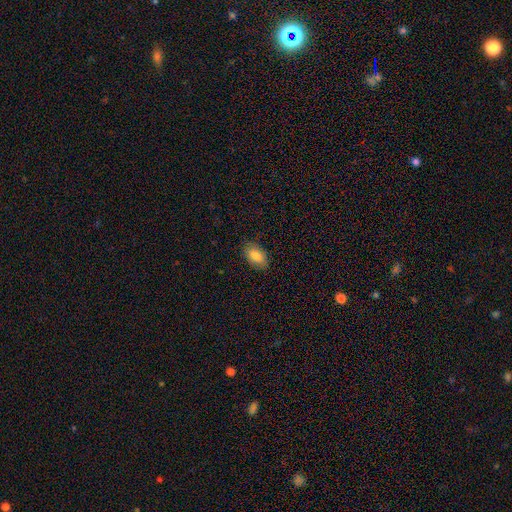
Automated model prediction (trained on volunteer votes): Q: Smooth or featured?
A: smooth (84%); runner-up: featured or disk (9%)
Q: How rounded?
A: in between (92%); runner-up: round (6%)
Q: Merging?
A: none (85%); runner-up: minor disturbance (11%)